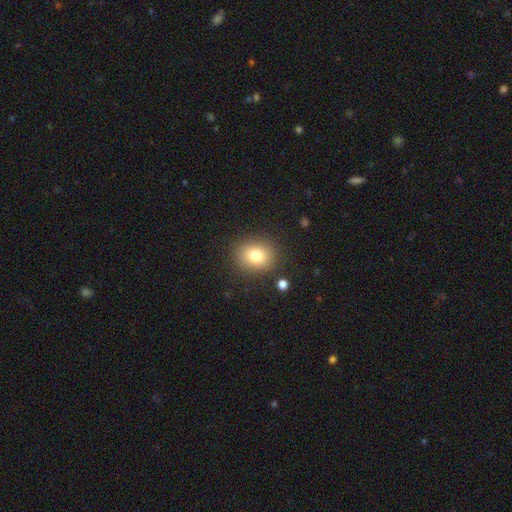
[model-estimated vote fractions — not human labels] Smooth or featured?
  - smooth: 79% *
  - star or artifact: 11%
  - featured or disk: 9%
How rounded?
  - round: 63% *
  - in between: 36%
  - cigar-shaped: 1%
Merging?
  - none: 85% *
  - minor disturbance: 9%
  - major disturbance: 3%
  - merger: 2%